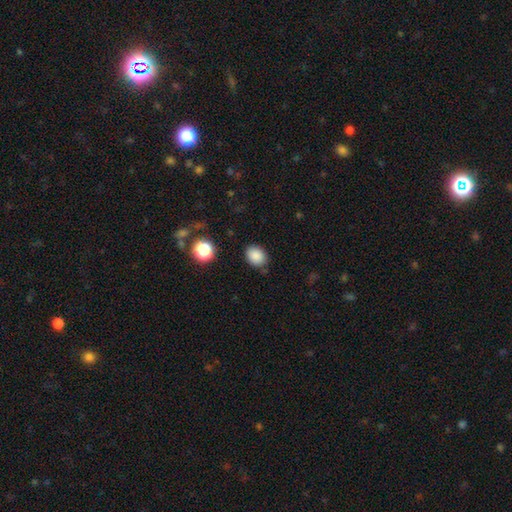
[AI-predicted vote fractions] smooth_or_featured: smooth (p=0.85) [alt: star or artifact p=0.11]
how_rounded: in between (p=0.55) [alt: round p=0.44]
merging: none (p=0.82) [alt: minor disturbance p=0.13]